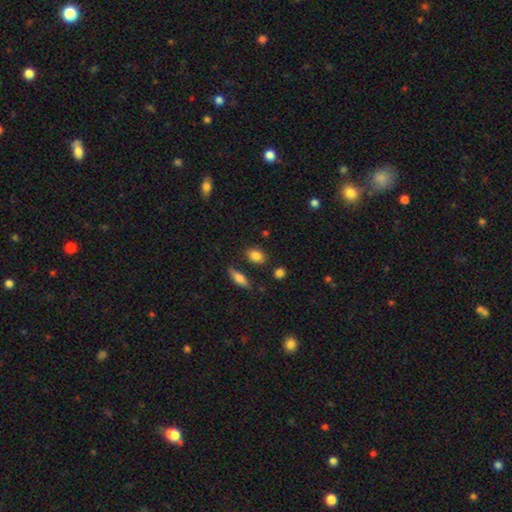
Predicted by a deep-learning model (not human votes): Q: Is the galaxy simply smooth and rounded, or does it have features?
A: smooth — 84%.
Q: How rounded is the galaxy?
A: in between — 64%.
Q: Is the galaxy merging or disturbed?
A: none — 78%.